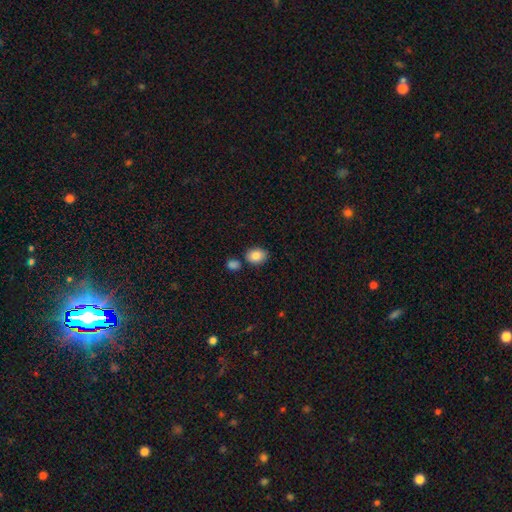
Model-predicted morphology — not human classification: This is clearly a smooth galaxy (85%). How rounded: likely in between (67%). Merging: likely none (73%).